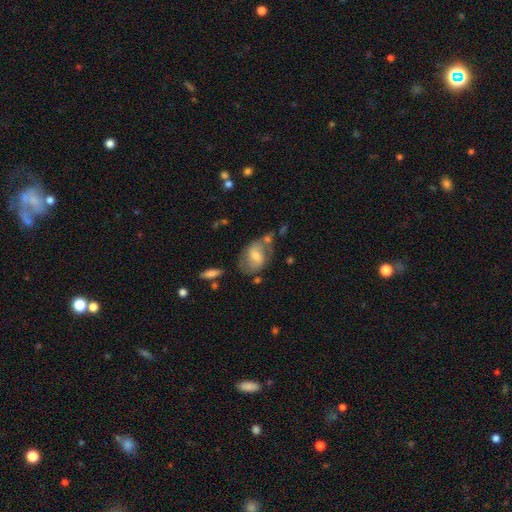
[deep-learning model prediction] A featured or disk galaxy (47%). Merging: none (48%).